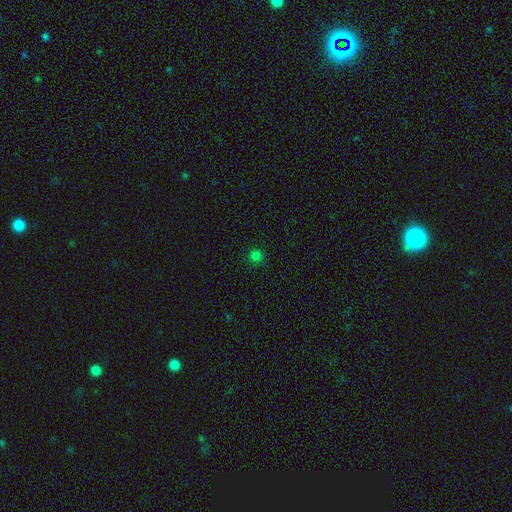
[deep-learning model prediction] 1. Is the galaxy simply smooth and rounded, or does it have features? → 77% smooth, 20% star or artifact, 3% featured or disk.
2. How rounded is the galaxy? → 94% round, 5% in between, 1% cigar-shaped.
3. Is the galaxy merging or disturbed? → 90% none, 7% minor disturbance, 2% major disturbance, 1% merger.